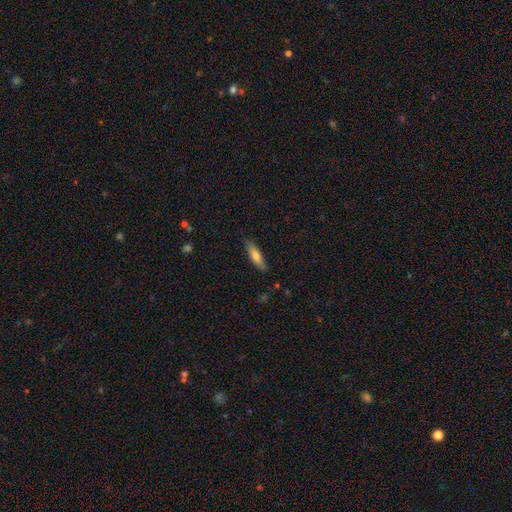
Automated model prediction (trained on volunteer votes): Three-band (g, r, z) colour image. It shows a smooth galaxy with no disk features (66%) that is cigar-shaped (71%). Merging: none (85%).